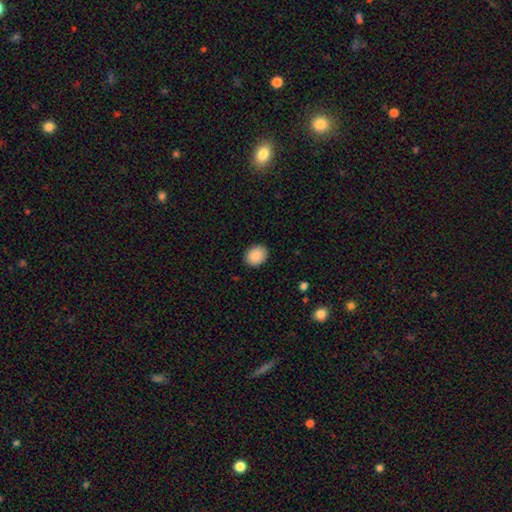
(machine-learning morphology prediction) A smooth galaxy with no disk features (89%) that is round (53%).

Vote fractions:
- Smooth or featured? smooth: 89% / star or artifact: 7% / featured or disk: 4%
- How rounded? round: 53% / in between: 46% / cigar-shaped: 1%
- Merging? none: 90% / minor disturbance: 7% / major disturbance: 2% / merger: 1%